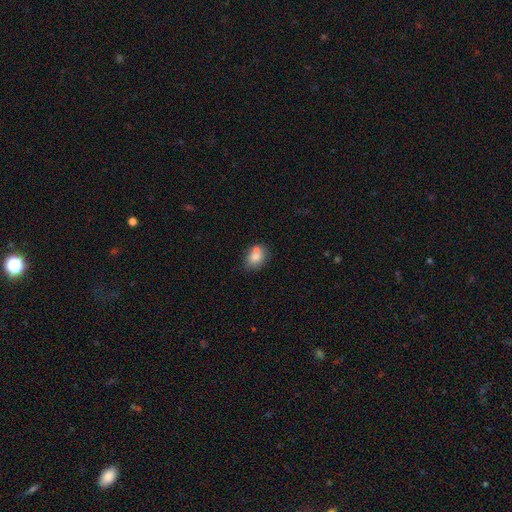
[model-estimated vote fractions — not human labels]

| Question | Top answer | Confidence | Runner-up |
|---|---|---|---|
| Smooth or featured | smooth | 77% | featured or disk (14%) |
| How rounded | in between | 61% | round (38%) |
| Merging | none | 49% | merger (32%) |